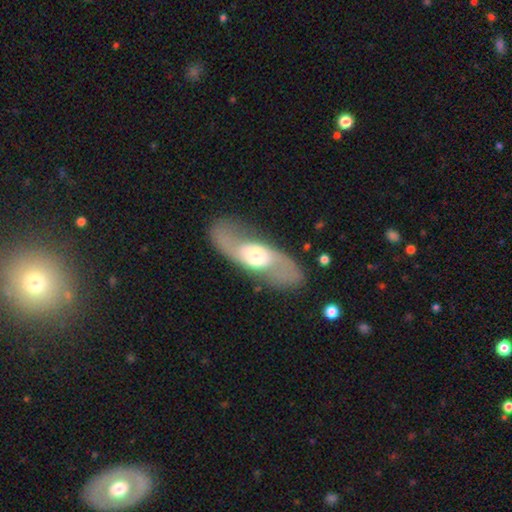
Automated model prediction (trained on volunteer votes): A featured or disk galaxy (78%) with no bar (61%), 2 (91%) loose (58%) spiral arms (85%) and a moderate central bulge (56%). Merging: none (77%).